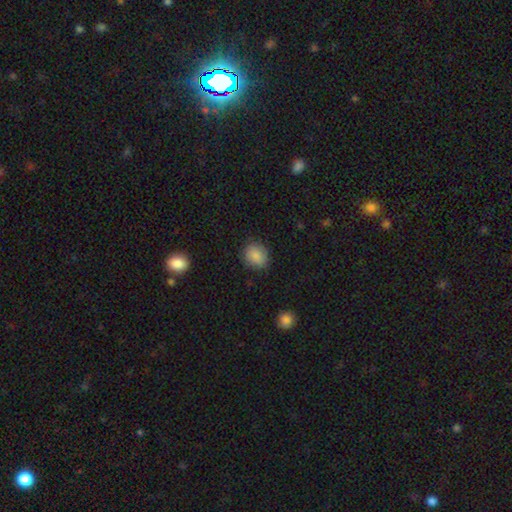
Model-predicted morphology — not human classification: Smooth or featured?
  - smooth: 86% *
  - star or artifact: 8%
  - featured or disk: 6%
How rounded?
  - round: 69% *
  - in between: 30%
  - cigar-shaped: 1%
Merging?
  - none: 84% *
  - minor disturbance: 12%
  - major disturbance: 3%
  - merger: 1%